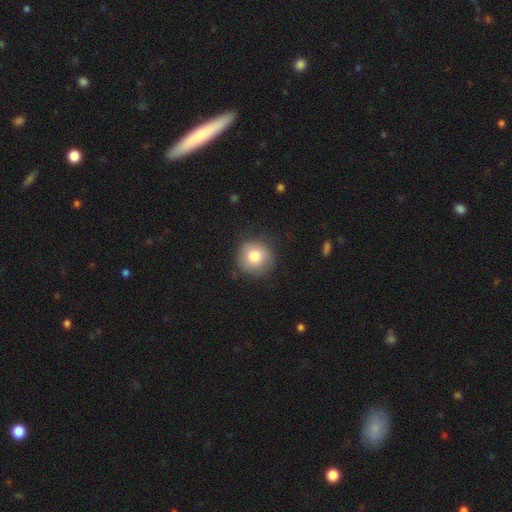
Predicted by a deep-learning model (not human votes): A smooth galaxy with no disk features (76%) that is round (94%). Merging: none (85%).